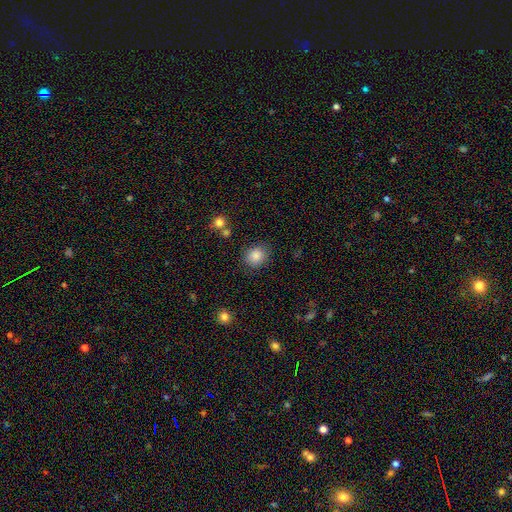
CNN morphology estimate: smooth_or_featured: smooth (p=0.86) [alt: star or artifact p=0.09]
how_rounded: round (p=0.73) [alt: in between p=0.26]
merging: none (p=0.84) [alt: minor disturbance p=0.10]